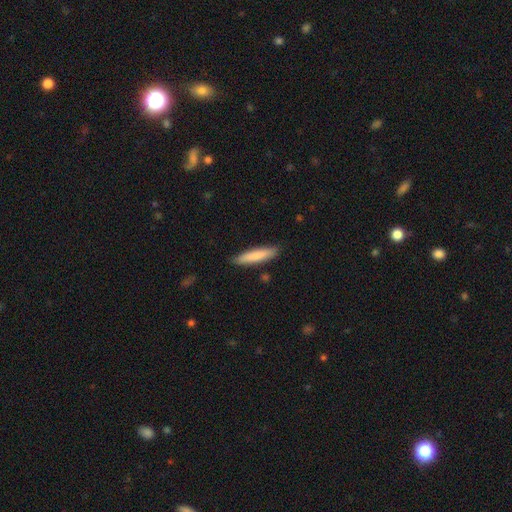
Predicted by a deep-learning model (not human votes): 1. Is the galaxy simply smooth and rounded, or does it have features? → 80% smooth, 15% featured or disk, 5% star or artifact.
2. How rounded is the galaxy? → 85% cigar-shaped, 14% in between, 1% round.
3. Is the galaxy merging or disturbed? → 87% none, 9% minor disturbance, 2% major disturbance, 2% merger.